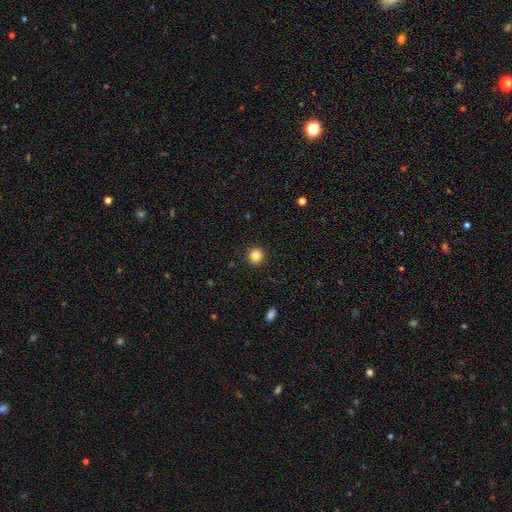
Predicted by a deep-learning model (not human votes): This appears to be a smooth galaxy with no disk features (83%) that is round (95%). Merging: none (93%).